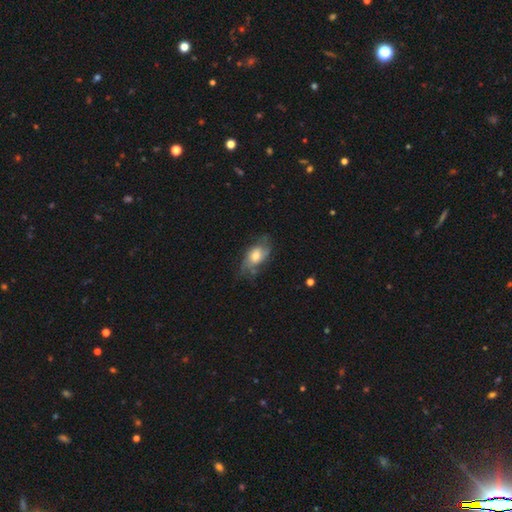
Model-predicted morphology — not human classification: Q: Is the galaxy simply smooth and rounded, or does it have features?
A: featured or disk — 64%.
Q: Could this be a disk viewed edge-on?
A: no — 92%.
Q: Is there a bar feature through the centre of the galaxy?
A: no — 72%.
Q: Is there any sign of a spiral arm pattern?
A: yes — 85%.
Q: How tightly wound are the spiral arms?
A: medium — 42%.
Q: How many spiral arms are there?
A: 2 — 35%.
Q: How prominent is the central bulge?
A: moderate — 55%.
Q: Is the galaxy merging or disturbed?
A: none — 59%.